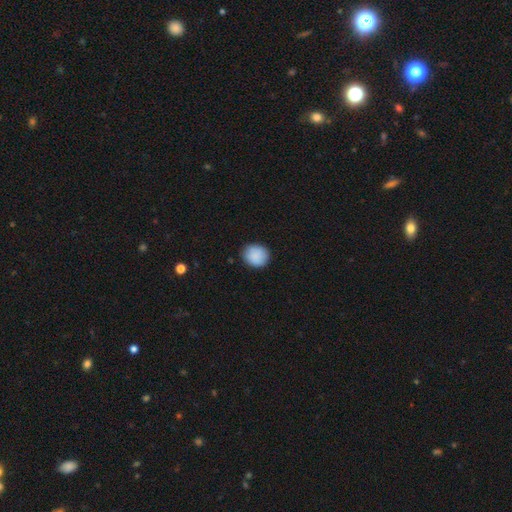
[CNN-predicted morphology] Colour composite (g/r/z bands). It shows a smooth galaxy with no disk features (89%) that is round (77%). Merging: none (85%).